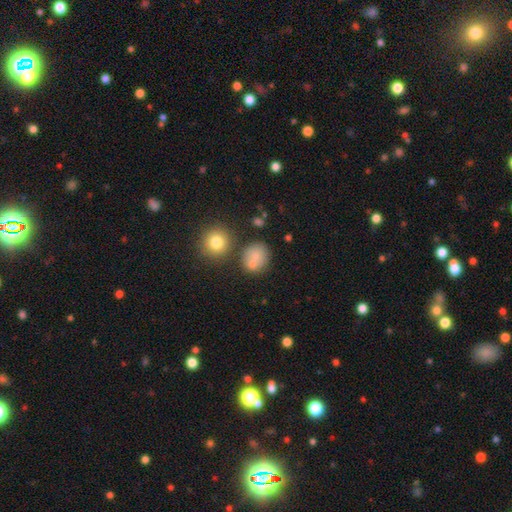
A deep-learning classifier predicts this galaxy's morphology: Smooth or featured: smooth — 76% (featured or disk — 13%)
How rounded: round — 72% (in between — 27%)
Merging: none — 59% (merger — 20%)